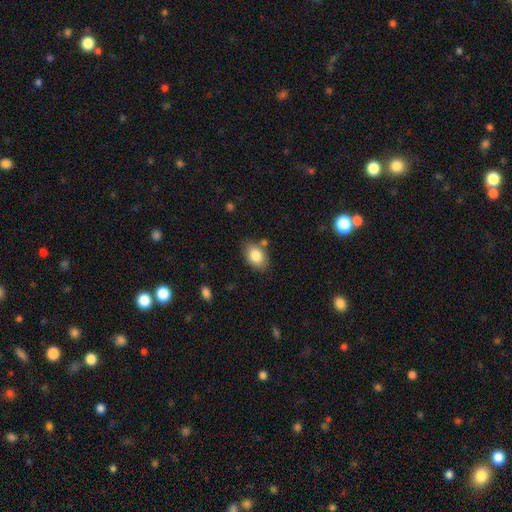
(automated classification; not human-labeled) Smooth or featured: smooth — 83% (featured or disk — 10%)
How rounded: in between — 86% (round — 13%)
Merging: none — 77% (minor disturbance — 15%)